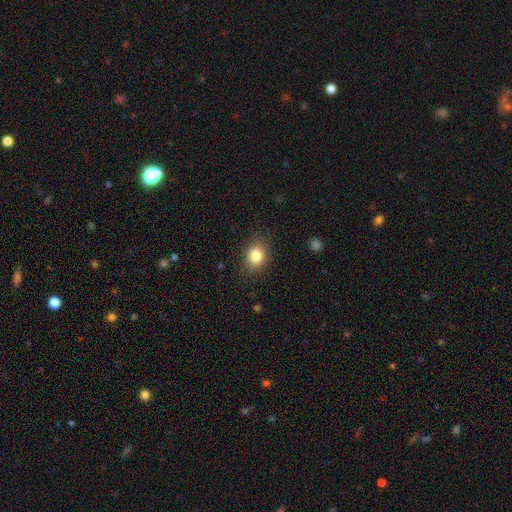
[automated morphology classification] Smooth or featured: smooth — 84% (star or artifact — 10%)
How rounded: in between — 57% (round — 42%)
Merging: none — 84% (minor disturbance — 11%)